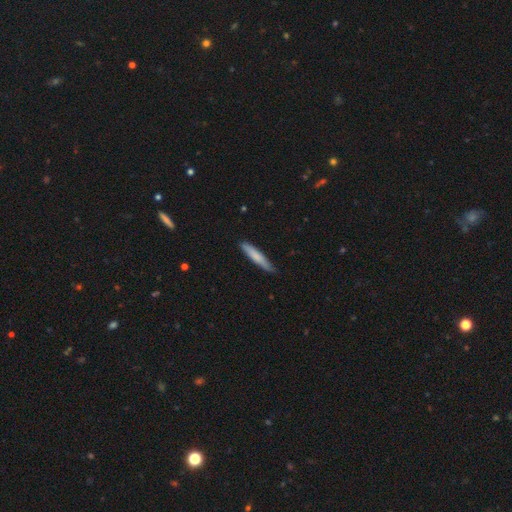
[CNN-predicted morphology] Smooth or featured?
  - smooth: 74% *
  - featured or disk: 21%
  - star or artifact: 5%
How rounded?
  - cigar-shaped: 91% *
  - in between: 8%
  - round: 1%
Merging?
  - none: 80% *
  - minor disturbance: 16%
  - major disturbance: 2%
  - merger: 1%